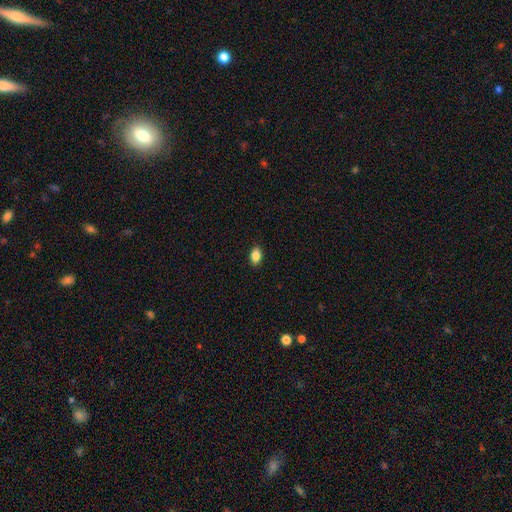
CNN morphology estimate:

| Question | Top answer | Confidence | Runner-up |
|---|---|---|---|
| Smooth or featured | smooth | 85% | star or artifact (8%) |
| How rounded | in between | 87% | round (11%) |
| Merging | none | 89% | minor disturbance (8%) |